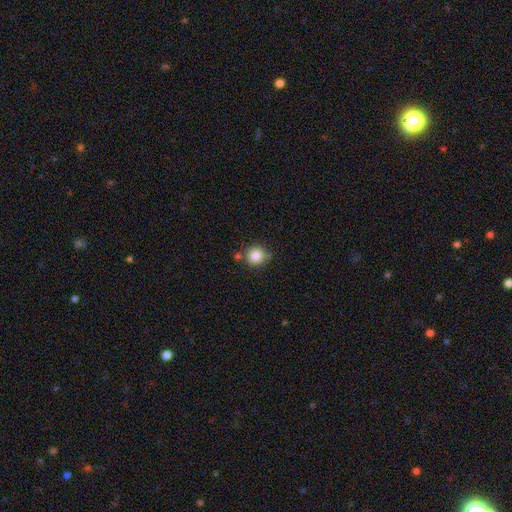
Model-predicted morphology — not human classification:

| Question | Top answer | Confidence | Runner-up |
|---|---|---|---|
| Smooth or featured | smooth | 84% | star or artifact (10%) |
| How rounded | round | 88% | in between (11%) |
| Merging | none | 69% | minor disturbance (17%) |